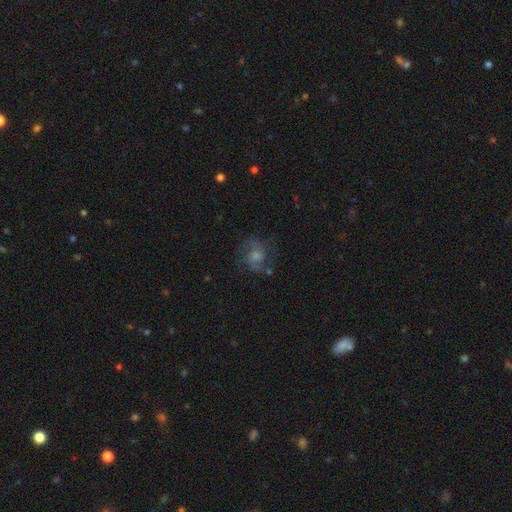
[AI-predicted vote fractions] A featured or disk galaxy (75%) with no bar (59%), 2 (83%) medium (56%) spiral arms (95%) and a moderate central bulge (42%). Merging: none (77%).